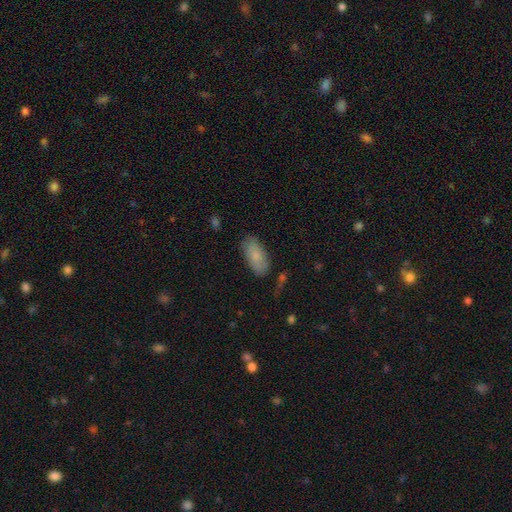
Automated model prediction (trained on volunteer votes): Q: Smooth or featured?
A: smooth (82%); runner-up: featured or disk (12%)
Q: How rounded?
A: in between (91%); runner-up: cigar-shaped (7%)
Q: Merging?
A: none (78%); runner-up: minor disturbance (16%)